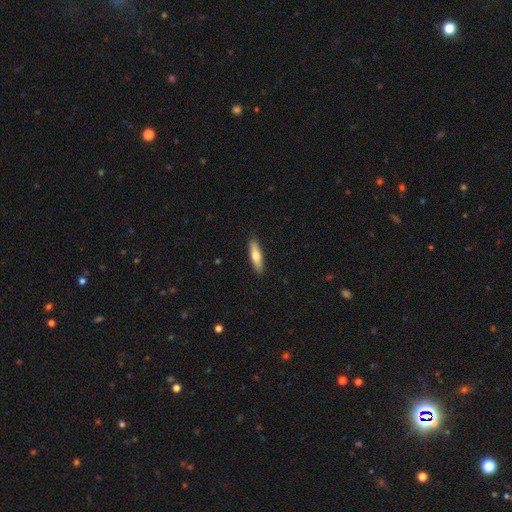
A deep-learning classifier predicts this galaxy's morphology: Smooth or featured?
  - smooth: 67% *
  - featured or disk: 27%
  - star or artifact: 5%
How rounded?
  - cigar-shaped: 68% *
  - in between: 30%
  - round: 2%
Merging?
  - none: 89% *
  - minor disturbance: 8%
  - major disturbance: 2%
  - merger: 1%